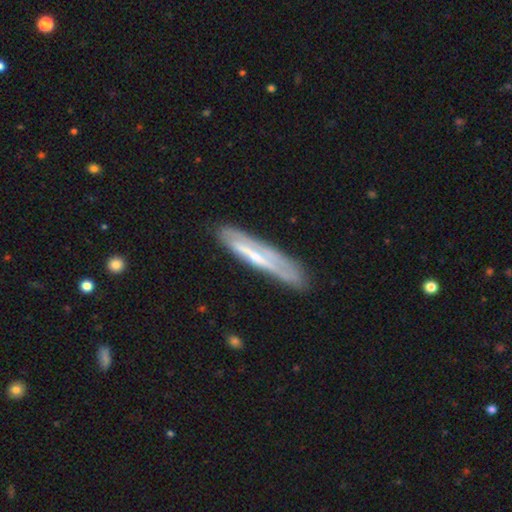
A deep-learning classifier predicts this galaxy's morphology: Smooth or featured? featured or disk (63%)
Edge-on disk? yes (60%)
Merging? none (73%)